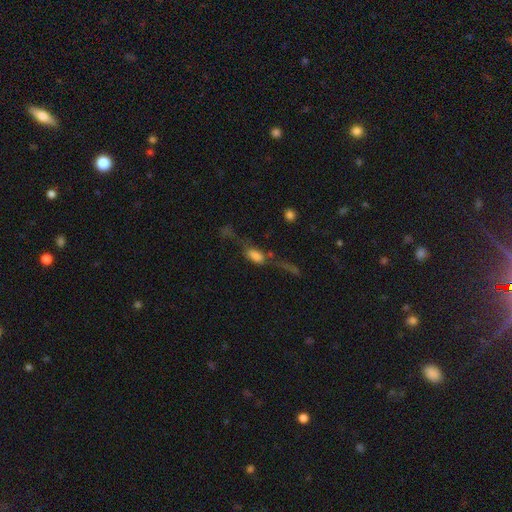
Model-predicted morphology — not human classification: smooth 62%, featured or disk 26%, star or artifact 12%. Down the decision tree: how rounded — in between (77%); merging — major disturbance (39%).